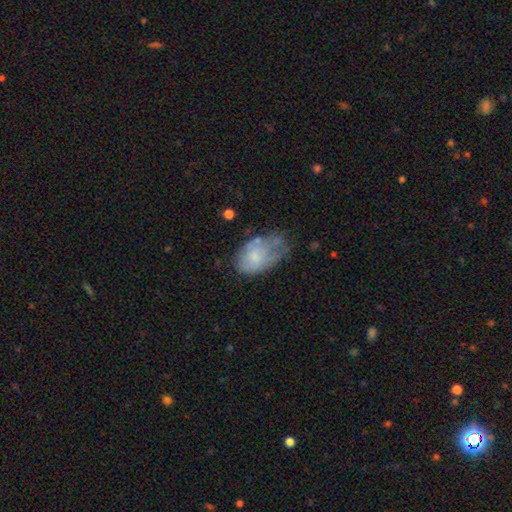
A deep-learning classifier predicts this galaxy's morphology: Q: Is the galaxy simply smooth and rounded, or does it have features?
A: smooth — 63%.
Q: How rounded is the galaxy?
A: in between — 89%.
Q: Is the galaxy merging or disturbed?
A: minor disturbance — 39%.